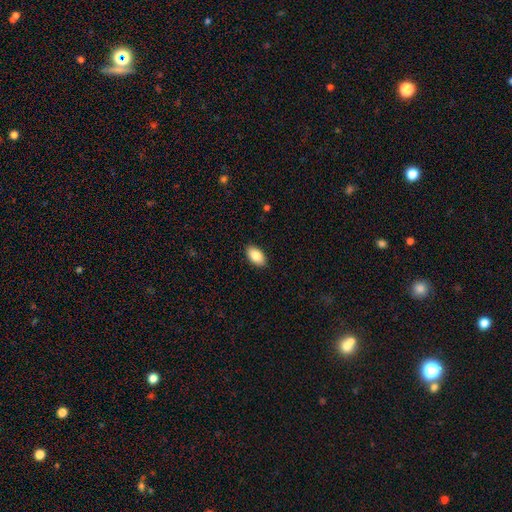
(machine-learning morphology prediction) smooth 86%, featured or disk 7%, star or artifact 7%. Down the decision tree: how rounded — in between (94%); merging — none (90%).